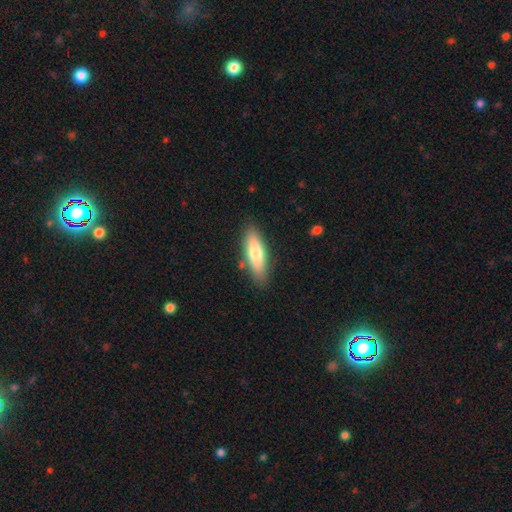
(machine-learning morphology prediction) type=smooth (71%); roundness=cigar-shaped (50%); merging=none (83%).